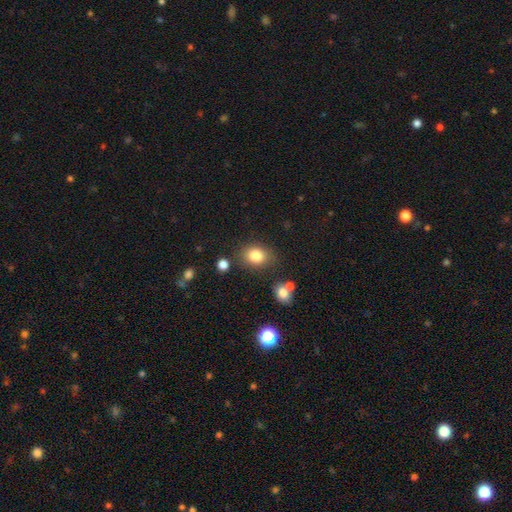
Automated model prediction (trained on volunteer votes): smooth-or-featured: smooth: 82% | star or artifact: 11% | featured or disk: 8%
  how-rounded: in between: 51% | round: 48% | cigar-shaped: 1%
  merging: none: 77% | minor disturbance: 13% | merger: 6% | major disturbance: 4%